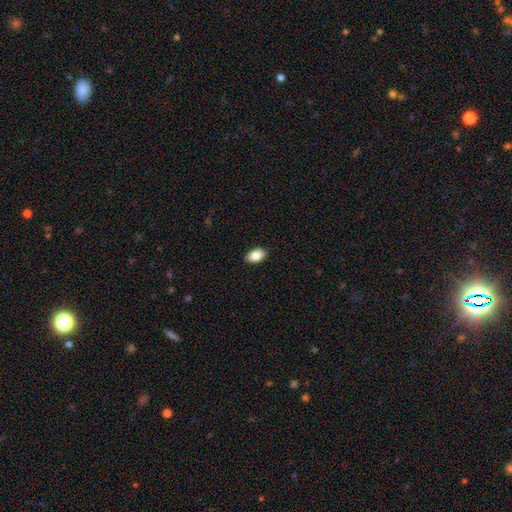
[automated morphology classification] Smooth or featured? smooth (85%)
How rounded? in between (91%)
Merging? none (89%)